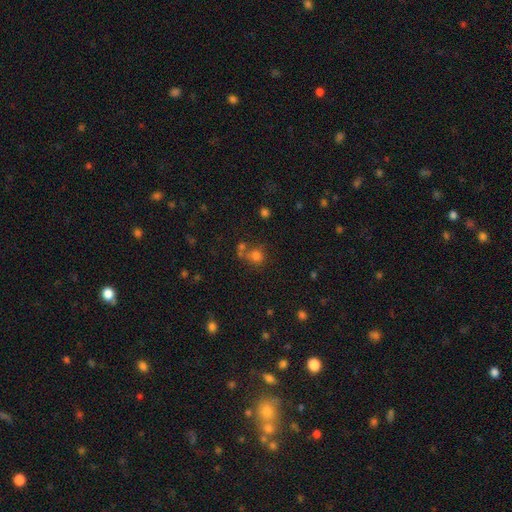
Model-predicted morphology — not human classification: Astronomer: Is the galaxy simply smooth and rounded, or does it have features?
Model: smooth — 74%.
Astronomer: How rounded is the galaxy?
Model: round — 81%.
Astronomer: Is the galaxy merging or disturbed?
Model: none — 50% (runner-up: merger, 31%).